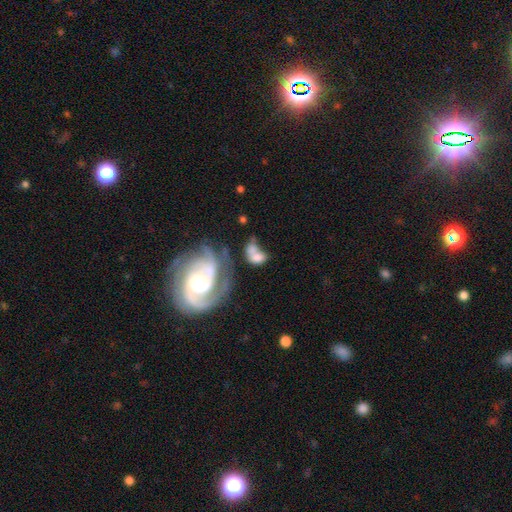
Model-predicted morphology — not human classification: Smooth or featured? Predicted: smooth (p=0.51). How rounded? Predicted: in between (p=0.73). Merging? Predicted: merger (p=0.48).